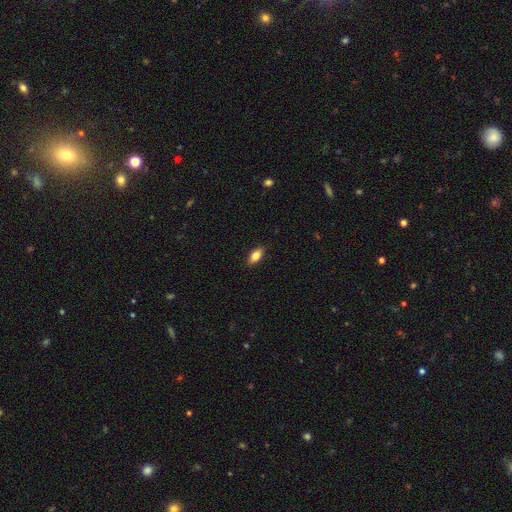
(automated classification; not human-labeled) smooth 81%, featured or disk 11%, star or artifact 8%. Down the decision tree: how rounded — in between (88%); merging — none (87%).